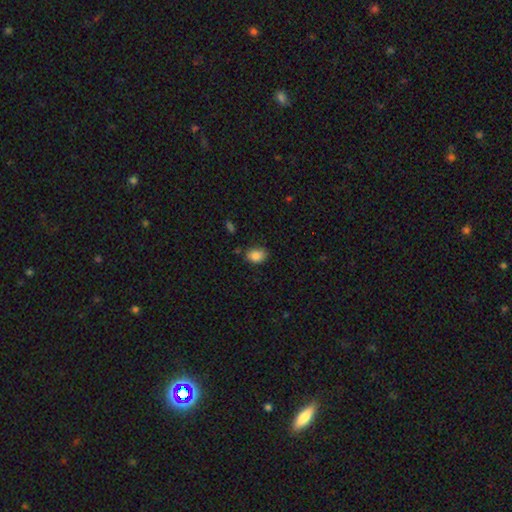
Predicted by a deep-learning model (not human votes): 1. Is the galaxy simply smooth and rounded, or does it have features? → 86% smooth, 9% star or artifact, 5% featured or disk.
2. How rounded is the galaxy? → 63% in between, 36% round, 1% cigar-shaped.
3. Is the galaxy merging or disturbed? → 74% none, 20% minor disturbance, 4% major disturbance, 3% merger.